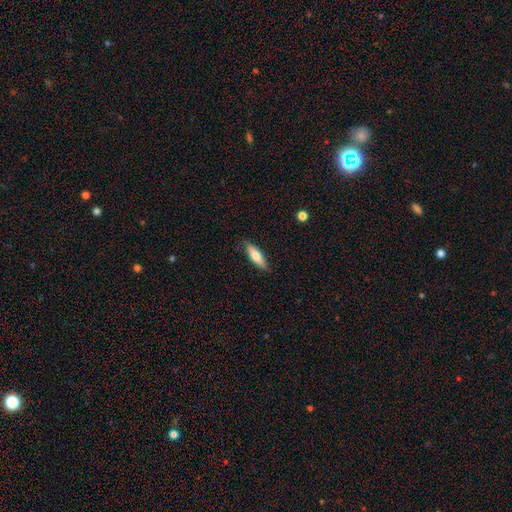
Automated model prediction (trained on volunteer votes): A smooth galaxy with no disk features (69%) that is cigar-shaped (59%). Merging: none (85%).